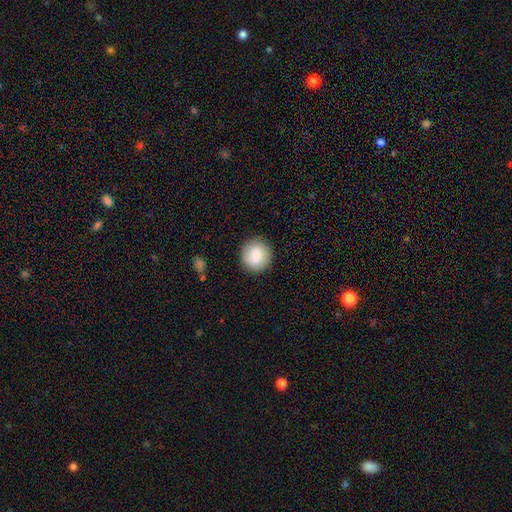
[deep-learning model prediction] This appears to be a smooth galaxy with no disk features (76%) that is round (91%). Merging: none (88%).